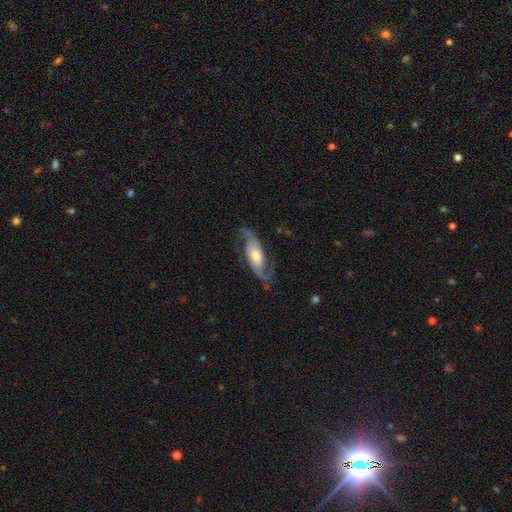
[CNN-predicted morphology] Overall: featured or disk (85%). Edge-on disk: no (92%). Bar: no (56%; weak 29%). Spiral arms: yes (96%). Spiral arm count: 2 (92%). Spiral winding: medium (43%, tied with loose). Bulge size: moderate (61%; small 23%). Merging: none (74%).